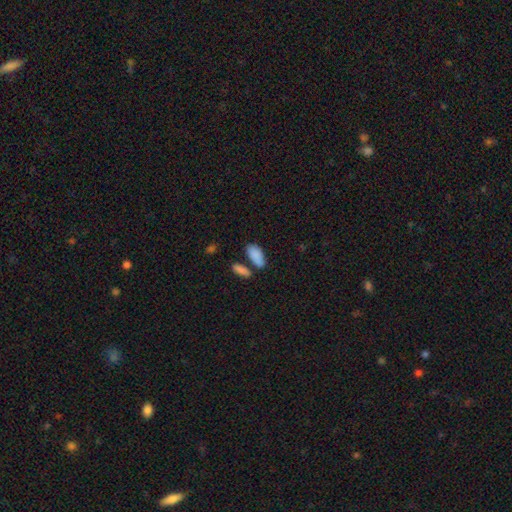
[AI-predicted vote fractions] This appears to be a smooth galaxy with no disk features (87%) that is in between round and cigar-shaped (87%). Merging: none (58%).